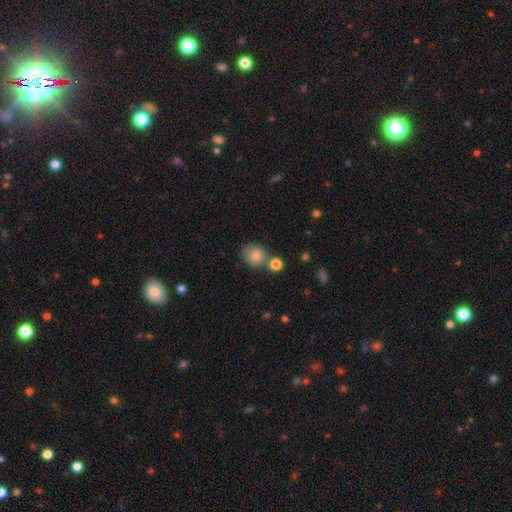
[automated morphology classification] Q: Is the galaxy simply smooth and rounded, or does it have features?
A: smooth — 82%.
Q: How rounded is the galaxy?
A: round — 77%.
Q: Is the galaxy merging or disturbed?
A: none — 64%.